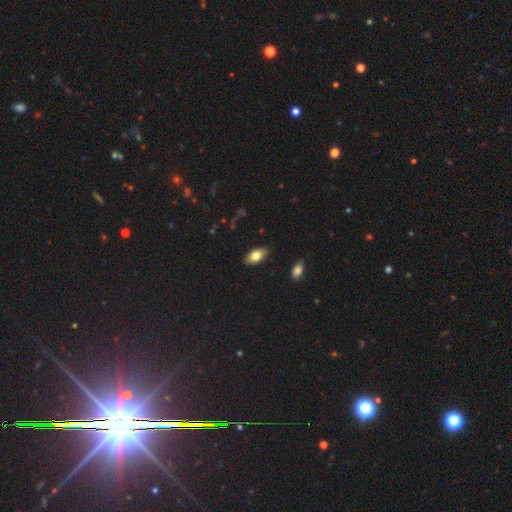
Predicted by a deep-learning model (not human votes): This appears to be a smooth galaxy with no disk features (77%) that is in between round and cigar-shaped (93%). Merging: none (88%).